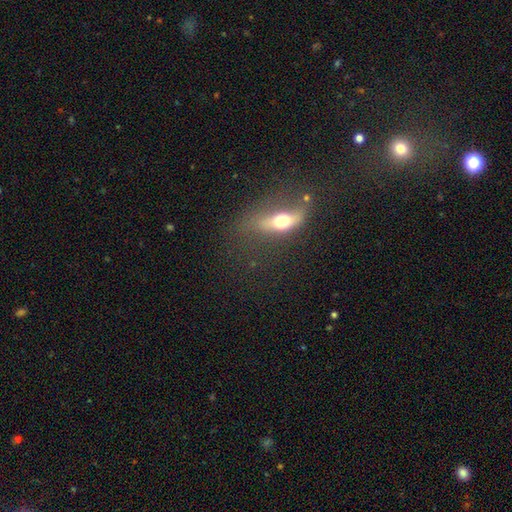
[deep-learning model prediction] Smooth or featured? featured or disk (44%)
Merging? none (46%)